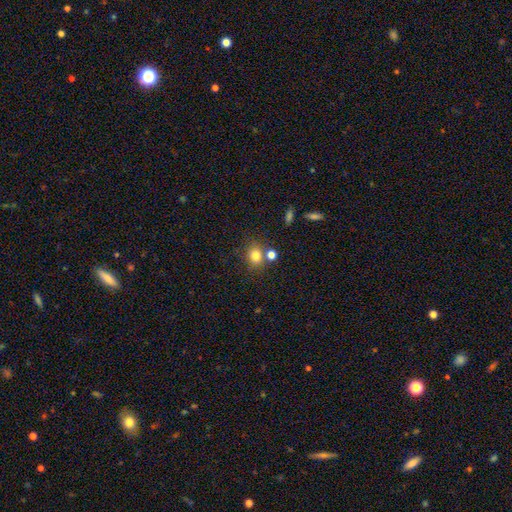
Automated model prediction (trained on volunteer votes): A smooth galaxy with no disk features (79%) that is round (72%).

Vote fractions:
- Smooth or featured? smooth: 79% / star or artifact: 13% / featured or disk: 8%
- How rounded? round: 72% / in between: 27% / cigar-shaped: 1%
- Merging? none: 65% / merger: 20% / minor disturbance: 11% / major disturbance: 4%